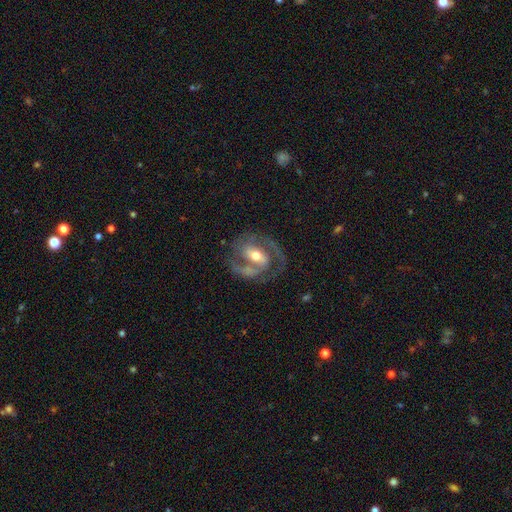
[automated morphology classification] The model was most divided on "bar": weak: 39%, strong: 37%, no: 23%. More confident: edge-on disk — no (97%); spiral arms — yes (94%); smooth or featured — featured or disk (86%); spiral arm count — 2 (81%); bulge size — moderate (67%); merging — none (66%); spiral winding — medium (54%).